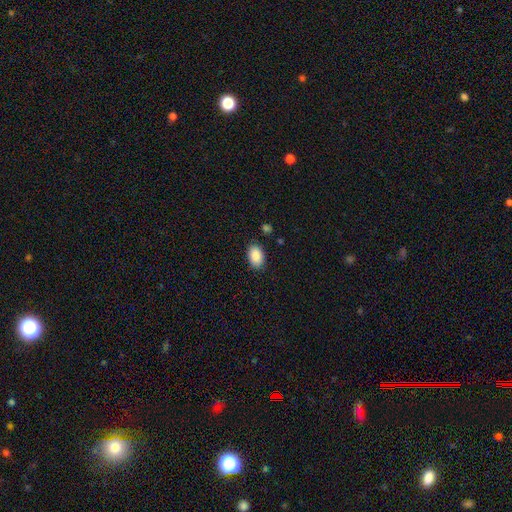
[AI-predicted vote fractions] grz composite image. It shows a smooth galaxy with no disk features (89%) that is in between round and cigar-shaped (89%). Merging: none (86%).